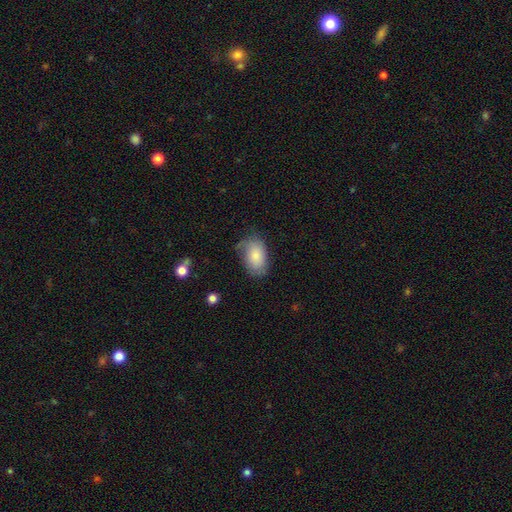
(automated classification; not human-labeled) This appears to be a smooth galaxy with no disk features (80%) that is in between round and cigar-shaped (90%). Merging: none (60%).